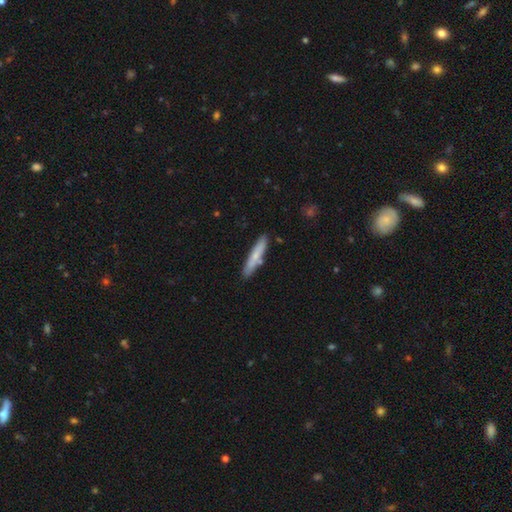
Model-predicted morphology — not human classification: This is likely a smooth galaxy (65%). How rounded: clearly cigar-shaped (91%). Merging: clearly none (82%).